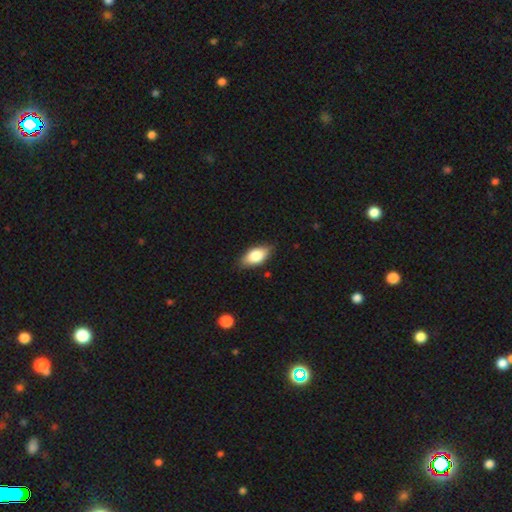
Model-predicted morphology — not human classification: Overall: smooth (78%). How rounded: in between (89%). Merging: none (83%).